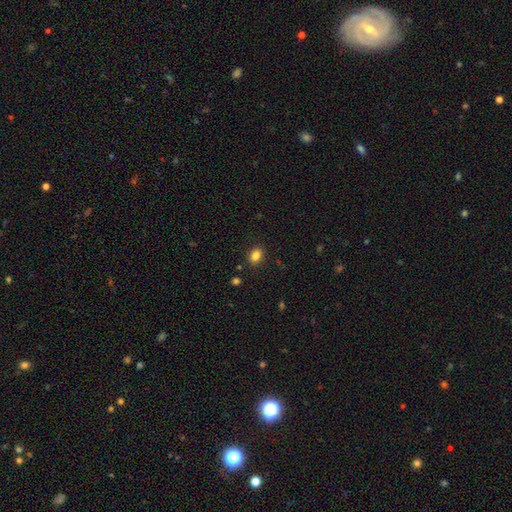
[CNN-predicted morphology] Q: Smooth or featured?
A: smooth (84%); runner-up: star or artifact (11%)
Q: How rounded?
A: in between (68%); runner-up: round (30%)
Q: Merging?
A: none (87%); runner-up: minor disturbance (9%)